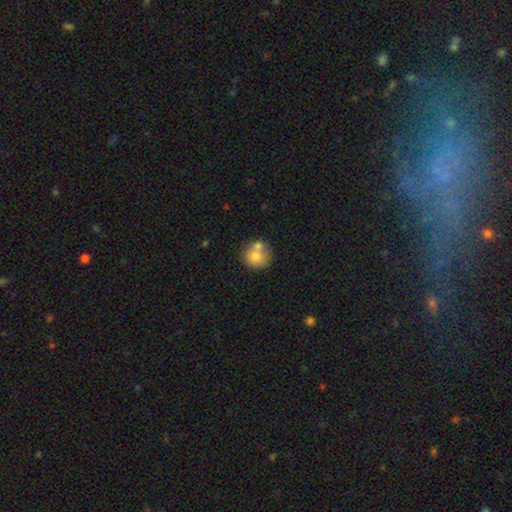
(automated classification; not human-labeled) Overall: smooth (72%). How rounded: round (86%). Merging: none (49%; merger 36%).